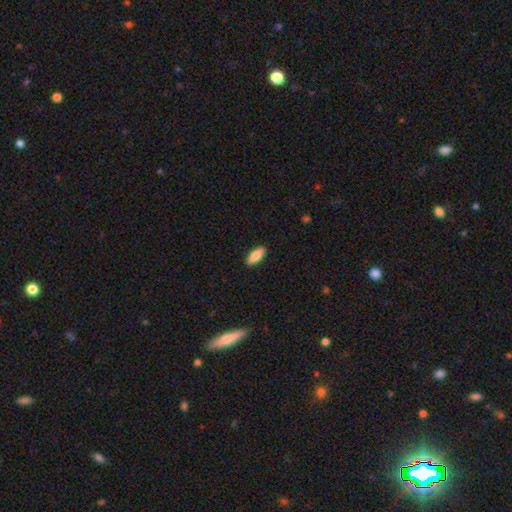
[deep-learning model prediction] A smooth galaxy with no disk features (84%) that is in between round and cigar-shaped (78%). Merging: none (90%).